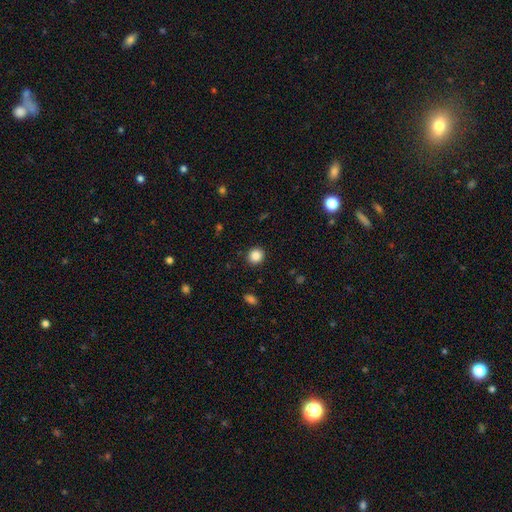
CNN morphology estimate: Smooth or featured? Predicted: smooth (p=0.87). How rounded? Predicted: round (p=0.85). Merging? Predicted: none (p=0.90).